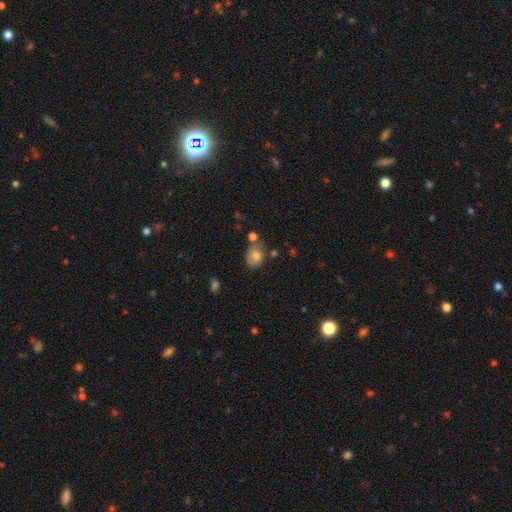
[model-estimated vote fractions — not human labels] smooth 75%, featured or disk 15%, star or artifact 10%. Down the decision tree: how rounded — in between (58%); merging — none (53%).